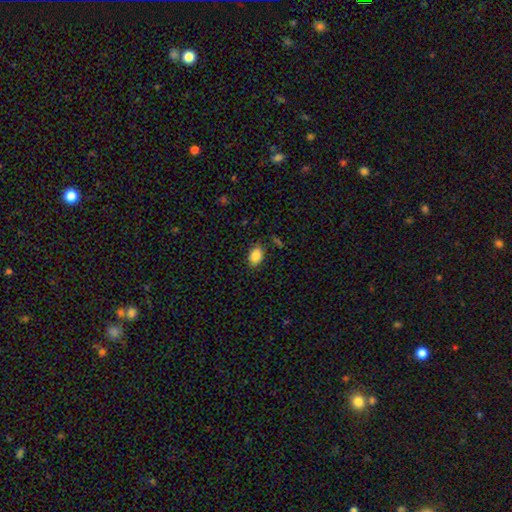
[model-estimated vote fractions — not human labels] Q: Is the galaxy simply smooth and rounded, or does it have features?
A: smooth — 87%.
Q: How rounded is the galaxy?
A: in between — 85%.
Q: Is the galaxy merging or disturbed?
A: none — 83%.